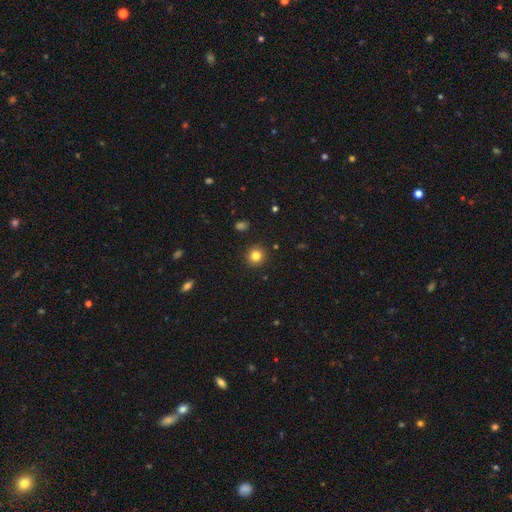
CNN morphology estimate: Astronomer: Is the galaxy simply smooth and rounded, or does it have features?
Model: smooth — 82%.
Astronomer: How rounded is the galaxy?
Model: round — 93%.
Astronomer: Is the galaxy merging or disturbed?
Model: none — 92%.